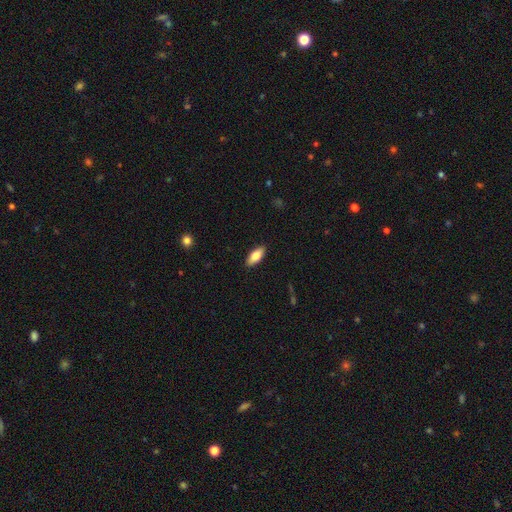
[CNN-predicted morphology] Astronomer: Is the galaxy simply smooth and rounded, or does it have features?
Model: smooth — 78%.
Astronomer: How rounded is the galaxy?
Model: in between — 83%.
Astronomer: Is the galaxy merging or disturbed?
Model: none — 89%.